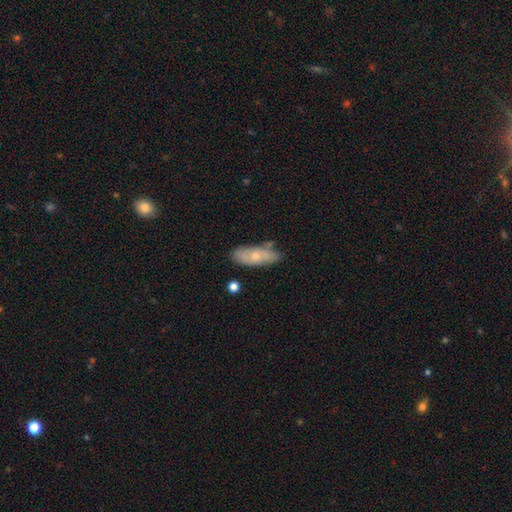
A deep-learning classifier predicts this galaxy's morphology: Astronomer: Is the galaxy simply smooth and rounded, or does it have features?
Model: smooth — 58% (runner-up: featured or disk, 35%).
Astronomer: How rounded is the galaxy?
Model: in between — 73%.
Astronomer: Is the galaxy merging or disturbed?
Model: none — 70%.